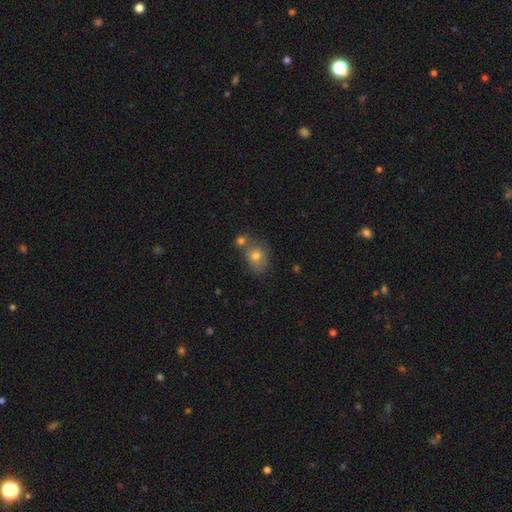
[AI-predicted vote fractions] Morphology: type=smooth (75%); roundness=in between (54%); merging=none (51%).